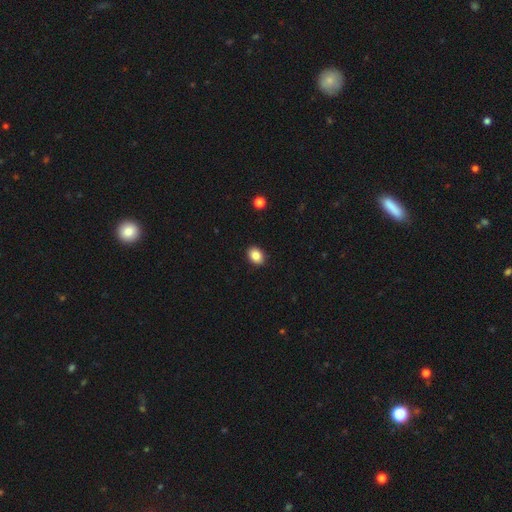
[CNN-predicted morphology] Smooth or featured?
  - smooth: 86% *
  - star or artifact: 8%
  - featured or disk: 6%
How rounded?
  - in between: 71% *
  - round: 28%
  - cigar-shaped: 1%
Merging?
  - none: 91% *
  - minor disturbance: 7%
  - major disturbance: 2%
  - merger: 1%